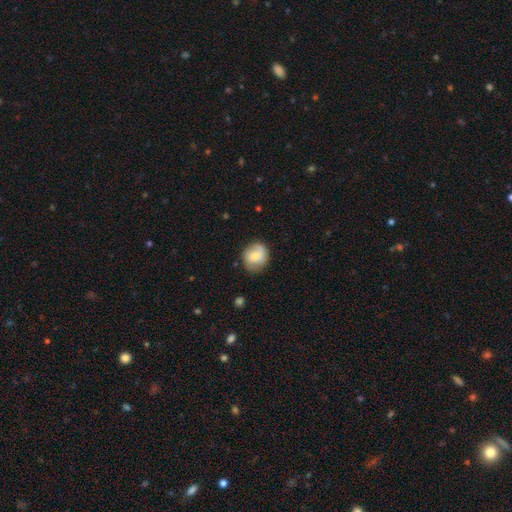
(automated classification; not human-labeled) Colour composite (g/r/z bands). It shows a smooth galaxy with no disk features (63%) that is round (79%). Merging: none (71%).